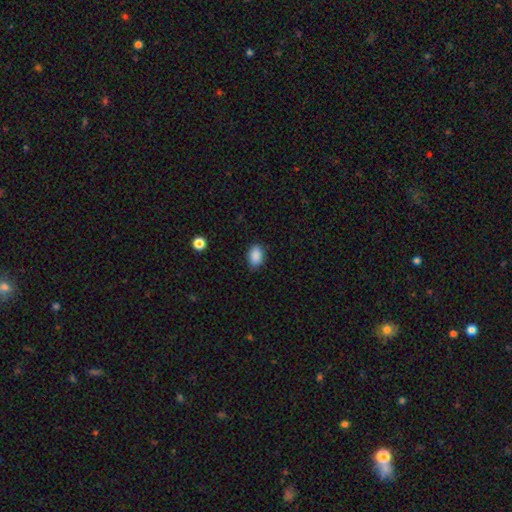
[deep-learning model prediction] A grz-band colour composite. It shows a smooth galaxy with no disk features (89%) that is in between round and cigar-shaped (86%). Merging: none (82%).